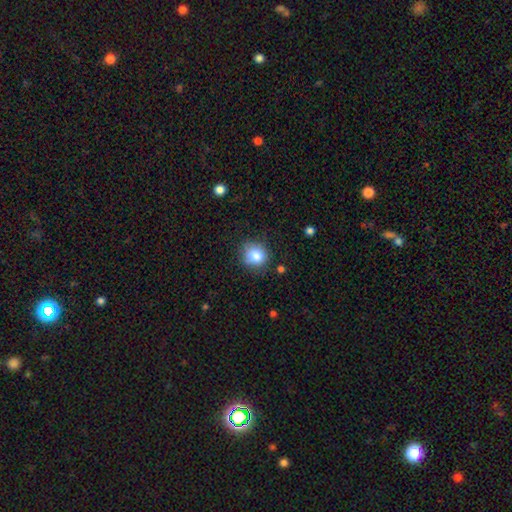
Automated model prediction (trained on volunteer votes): smooth_or_featured: smooth (p=0.83) [alt: star or artifact p=0.10]
how_rounded: round (p=0.81) [alt: in between p=0.18]
merging: none (p=0.74) [alt: minor disturbance p=0.19]